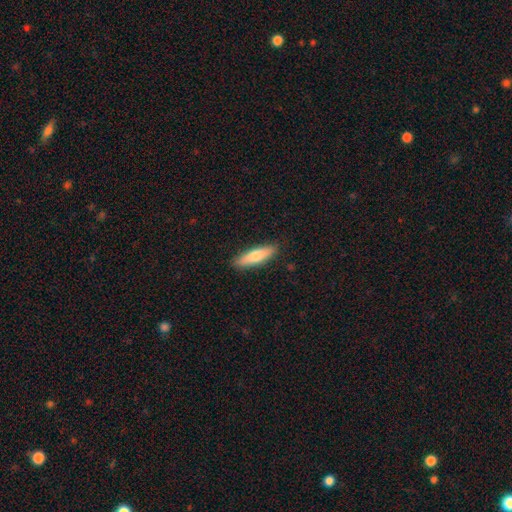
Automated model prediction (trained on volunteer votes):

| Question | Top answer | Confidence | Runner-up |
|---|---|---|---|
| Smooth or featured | smooth | 71% | featured or disk (23%) |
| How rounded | cigar-shaped | 68% | in between (30%) |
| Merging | none | 90% | minor disturbance (8%) |